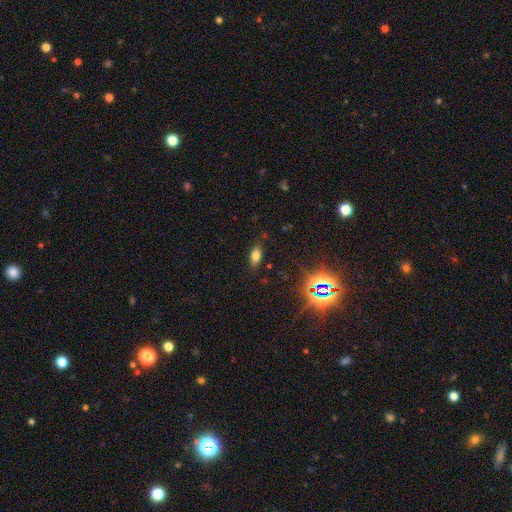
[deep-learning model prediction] smooth-or-featured: smooth: 69% | star or artifact: 18% | featured or disk: 13%
  how-rounded: in between: 84% | cigar-shaped: 10% | round: 6%
  merging: none: 83% | minor disturbance: 12% | major disturbance: 3% | merger: 2%